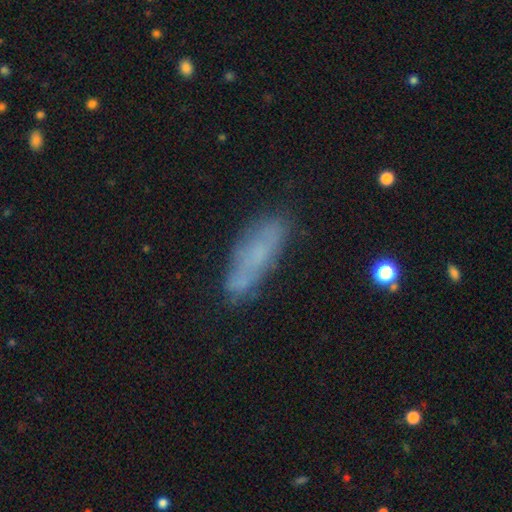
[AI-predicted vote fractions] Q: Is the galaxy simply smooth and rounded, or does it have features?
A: smooth — 58%.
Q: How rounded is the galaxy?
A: cigar-shaped — 51%.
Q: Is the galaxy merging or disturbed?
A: none — 69%.